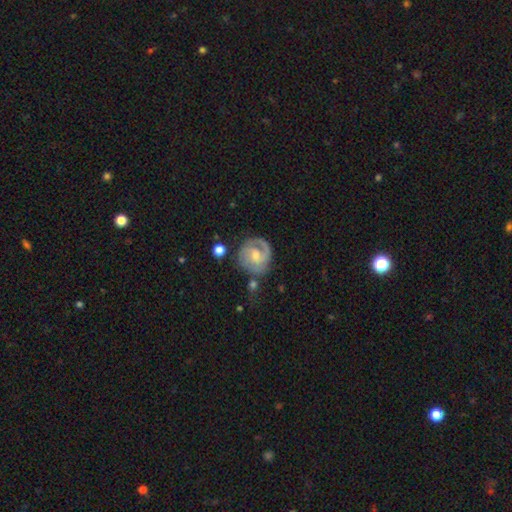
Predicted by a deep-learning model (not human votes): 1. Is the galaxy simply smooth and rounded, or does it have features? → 79% featured or disk, 15% smooth, 6% star or artifact.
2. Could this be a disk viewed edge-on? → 98% no, 2% yes.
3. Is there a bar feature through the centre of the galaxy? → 49% no, 42% weak, 9% strong.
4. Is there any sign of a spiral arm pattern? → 93% yes, 7% no.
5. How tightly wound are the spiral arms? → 56% tight, 35% medium, 9% loose.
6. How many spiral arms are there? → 61% 2, 19% 1, 12% can't tell, 6% 3, 2% 4, 1% more than 4.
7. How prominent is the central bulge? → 54% moderate, 40% small, 2% none, 2% large, 1% dominant.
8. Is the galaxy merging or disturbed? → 70% none, 18% minor disturbance, 7% major disturbance, 5% merger.